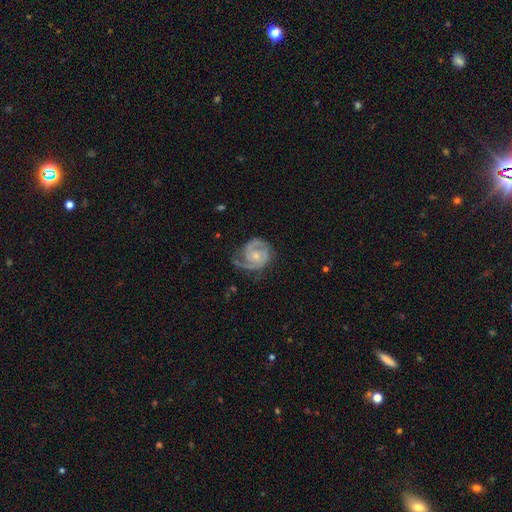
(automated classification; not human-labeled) This is clearly a featured or disk galaxy (87%). It is clearly not viewed edge-on (98%). Bar: likely no (68%). Spiral arm pattern: clearly yes (97%). Spiral arm count: likely 2 (77%). Spiral winding: possibly tight (54%). Central bulge: possibly small (51%). Merging: likely none (66%).